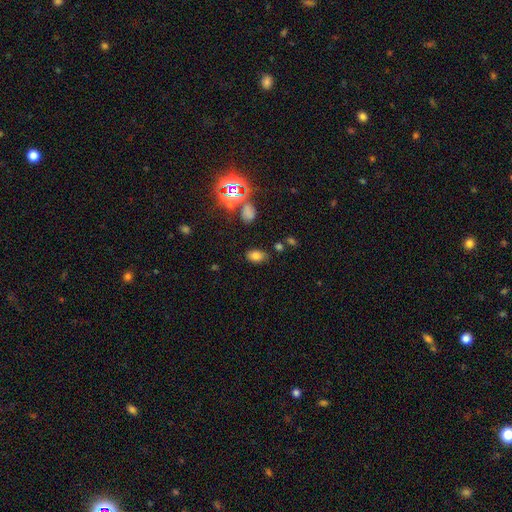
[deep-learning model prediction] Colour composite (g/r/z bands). It shows a smooth galaxy with no disk features (74%) that is in between round and cigar-shaped (87%). Merging: none (79%).